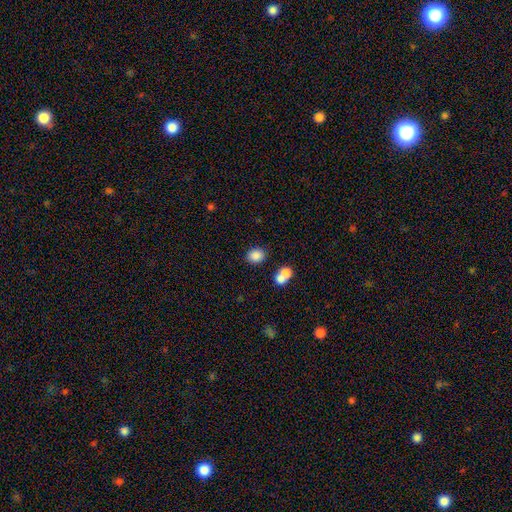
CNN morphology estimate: Smooth or featured: smooth — 84% (star or artifact — 10%)
How rounded: round — 54% (in between — 45%)
Merging: none — 74% (merger — 13%)